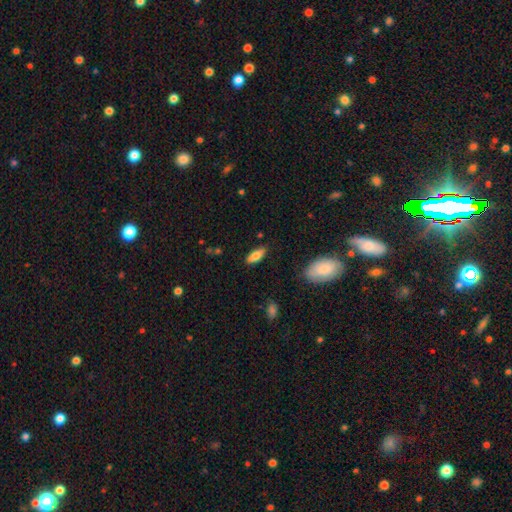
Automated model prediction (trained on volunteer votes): The model was most divided on "smooth or featured": smooth: 74%, featured or disk: 19%, star or artifact: 7%. More confident: merging — none (84%); how rounded — in between (78%).